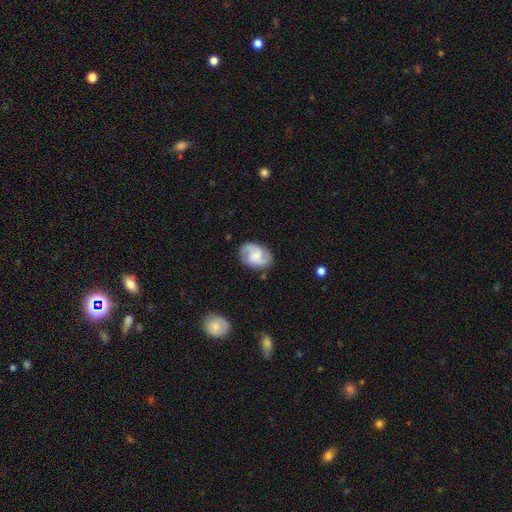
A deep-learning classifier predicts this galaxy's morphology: Smooth or featured? Predicted: featured or disk (p=0.64). Edge-on disk? Predicted: no (p=0.97). Bar? Predicted: no (p=0.49). Spiral arms? Predicted: yes (p=0.93). Spiral winding? Predicted: medium (p=0.50). Spiral arm count? Predicted: 2 (p=0.76). Bulge size? Predicted: moderate (p=0.32). Merging? Predicted: none (p=0.78).